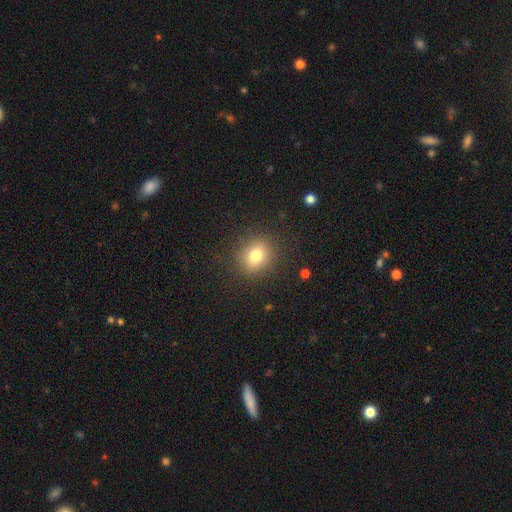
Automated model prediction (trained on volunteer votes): A smooth galaxy with no disk features (77%) that is round (67%).

Vote fractions:
- Smooth or featured? smooth: 77% / star or artifact: 13% / featured or disk: 10%
- How rounded? round: 67% / in between: 32% / cigar-shaped: 1%
- Merging? none: 87% / minor disturbance: 9% / major disturbance: 4% / merger: 1%